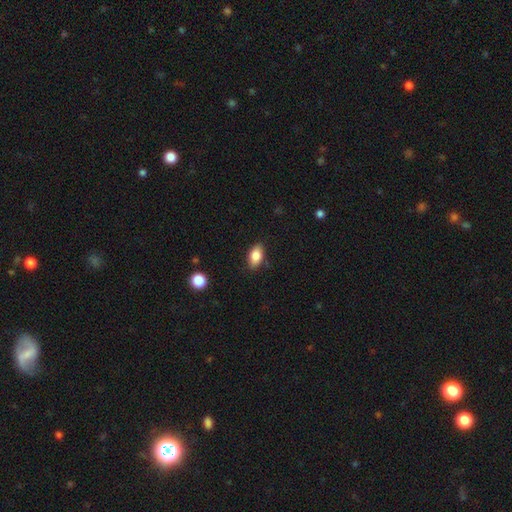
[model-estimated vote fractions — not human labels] smooth_or_featured: smooth (p=0.84) [alt: featured or disk p=0.08]
how_rounded: in between (p=0.90) [alt: round p=0.07]
merging: none (p=0.84) [alt: minor disturbance p=0.12]